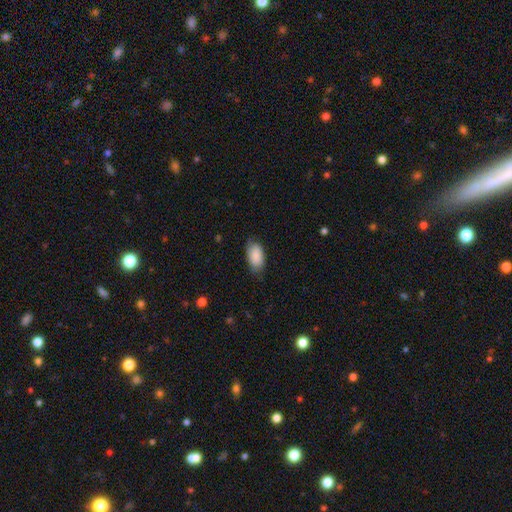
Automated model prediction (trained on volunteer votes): Smooth or featured: smooth — 84% (featured or disk — 9%)
How rounded: in between — 94% (round — 4%)
Merging: none — 71% (minor disturbance — 23%)